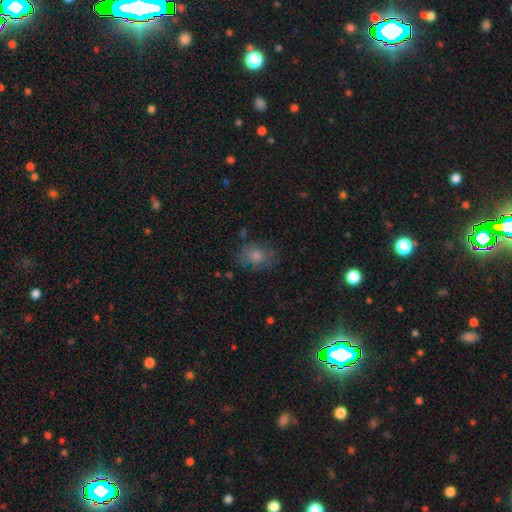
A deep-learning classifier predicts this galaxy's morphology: Smooth or featured? Predicted: smooth (p=0.73). How rounded? Predicted: in between (p=0.61). Merging? Predicted: none (p=0.67).